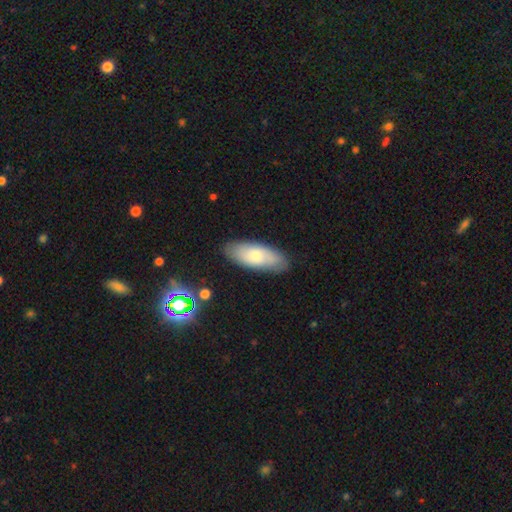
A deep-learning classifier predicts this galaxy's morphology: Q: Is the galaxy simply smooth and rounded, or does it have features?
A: smooth — 62%.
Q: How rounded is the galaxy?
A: in between — 79%.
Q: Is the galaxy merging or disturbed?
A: none — 83%.